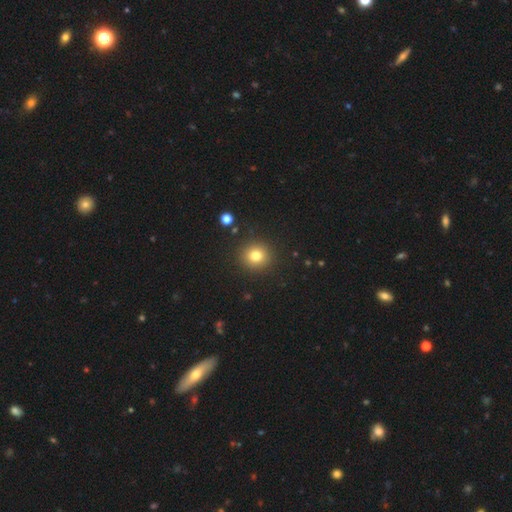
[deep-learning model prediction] Smooth or featured? smooth (79%)
How rounded? round (92%)
Merging? none (91%)